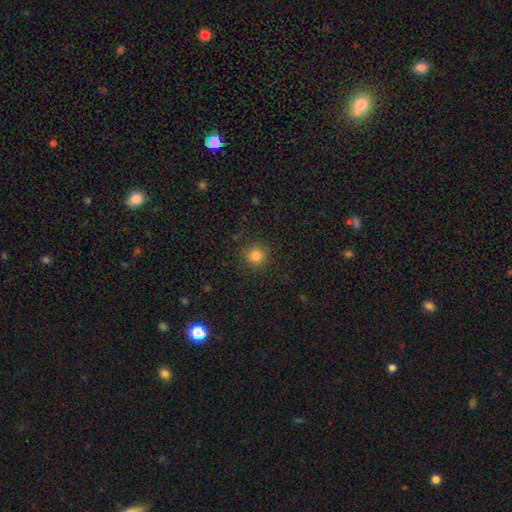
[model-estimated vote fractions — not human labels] Smooth or featured: smooth — 83% (star or artifact — 13%)
How rounded: round — 93% (in between — 6%)
Merging: none — 89% (minor disturbance — 7%)